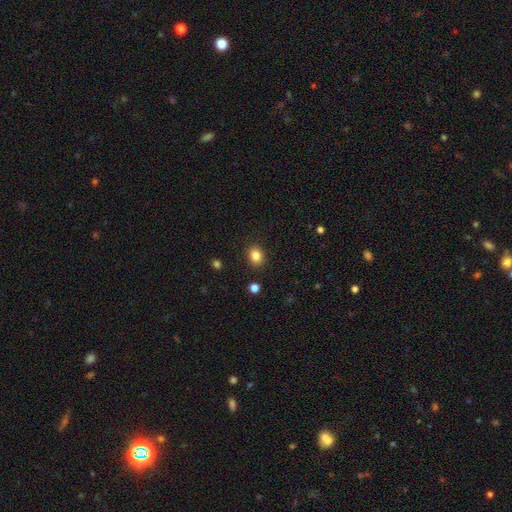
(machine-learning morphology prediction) smooth_or_featured: smooth (p=0.85) [alt: star or artifact p=0.10]
how_rounded: round (p=0.54) [alt: in between p=0.45]
merging: none (p=0.89) [alt: minor disturbance p=0.07]